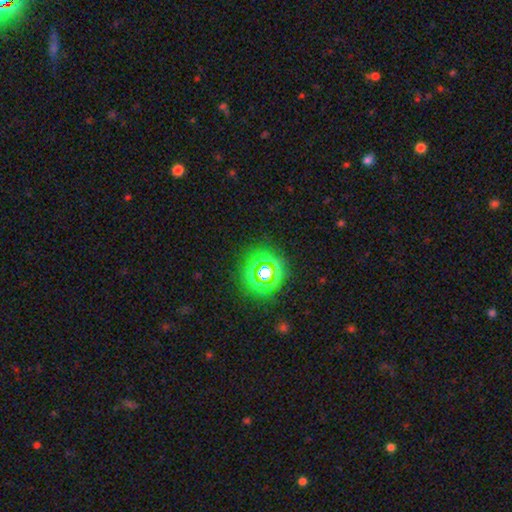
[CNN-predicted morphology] Smooth or featured? Predicted: smooth (p=0.64). How rounded? Predicted: round (p=0.92). Merging? Predicted: none (p=0.92).